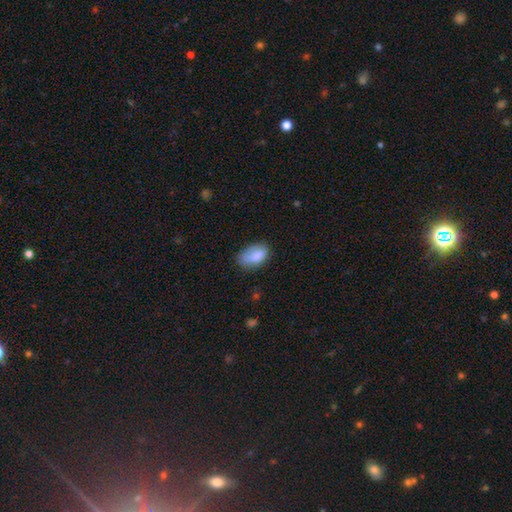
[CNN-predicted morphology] This appears to be a smooth galaxy with no disk features (82%) that is in between round and cigar-shaped (92%). Merging: none (56%).